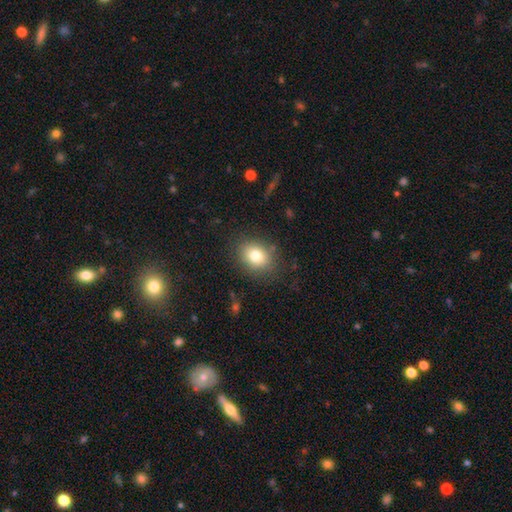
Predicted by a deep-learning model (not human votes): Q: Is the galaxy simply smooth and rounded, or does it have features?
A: smooth — 79%.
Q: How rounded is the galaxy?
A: in between — 54%.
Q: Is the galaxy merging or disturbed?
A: none — 82%.